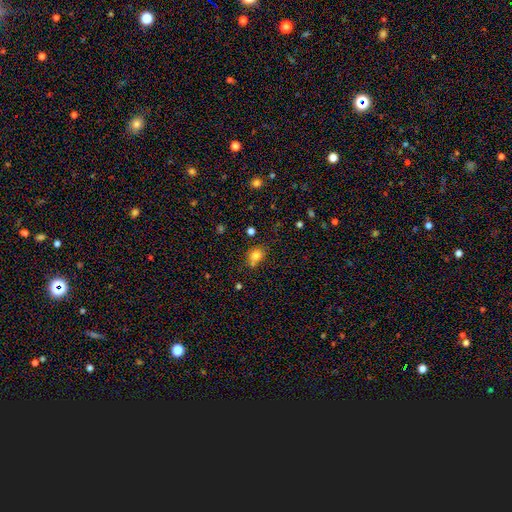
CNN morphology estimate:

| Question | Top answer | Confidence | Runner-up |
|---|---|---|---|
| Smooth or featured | smooth | 79% | star or artifact (13%) |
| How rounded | round | 64% | in between (35%) |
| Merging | none | 62% | merger (17%) |